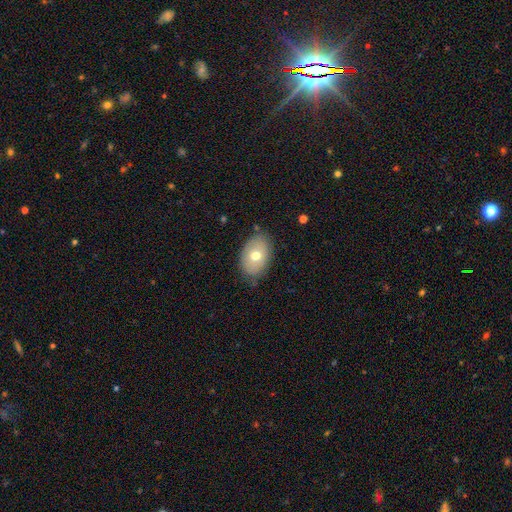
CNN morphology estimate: smooth-or-featured: smooth: 67% | featured or disk: 25% | star or artifact: 8%
  how-rounded: in between: 85% | round: 14% | cigar-shaped: 1%
  merging: none: 78% | minor disturbance: 17% | major disturbance: 4% | merger: 2%